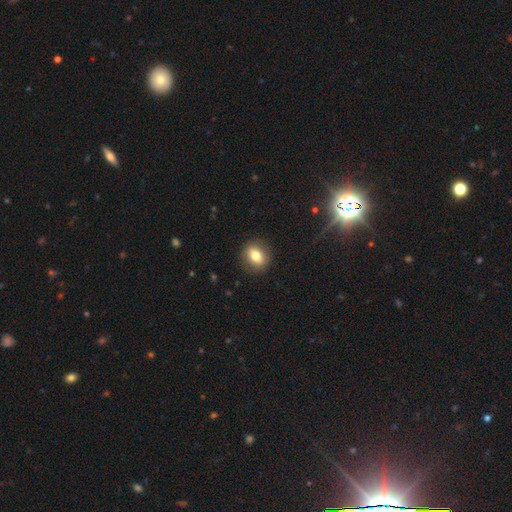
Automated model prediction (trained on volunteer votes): This appears to be a smooth galaxy with no disk features (76%) that is round (53%). Merging: none (88%).